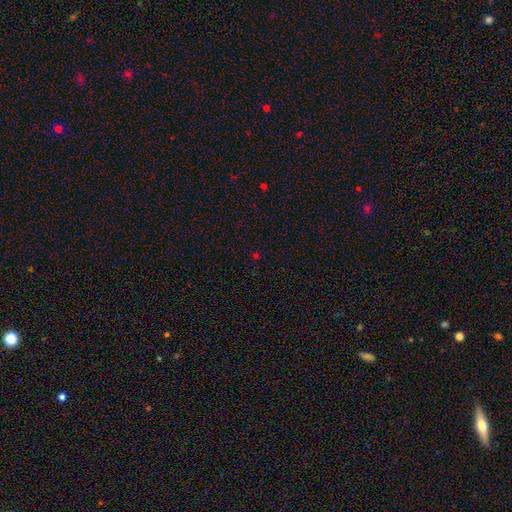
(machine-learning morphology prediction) This appears to be a star or artifact, not a galaxy (60%).